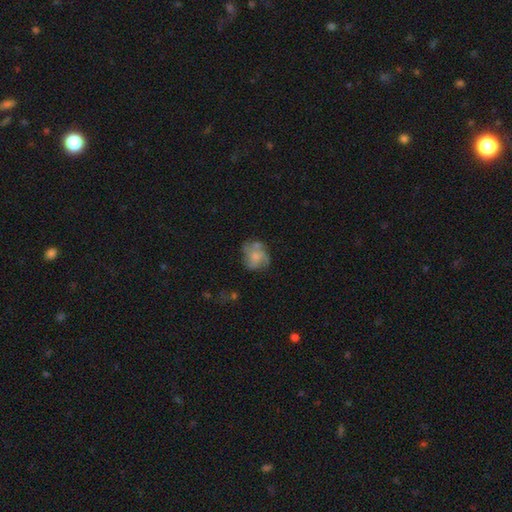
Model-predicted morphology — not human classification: Smooth or featured? Predicted: featured or disk (p=0.48). Merging? Predicted: none (p=0.55).